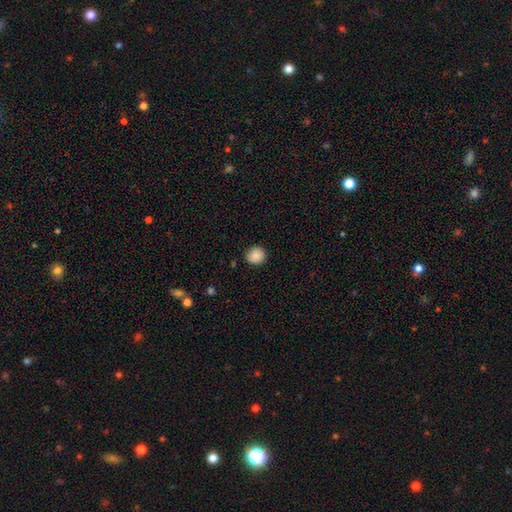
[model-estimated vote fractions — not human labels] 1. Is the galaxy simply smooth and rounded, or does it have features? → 87% smooth, 9% star or artifact, 4% featured or disk.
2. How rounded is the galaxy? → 91% round, 8% in between, 1% cigar-shaped.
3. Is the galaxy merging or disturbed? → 87% none, 9% minor disturbance, 2% major disturbance, 1% merger.